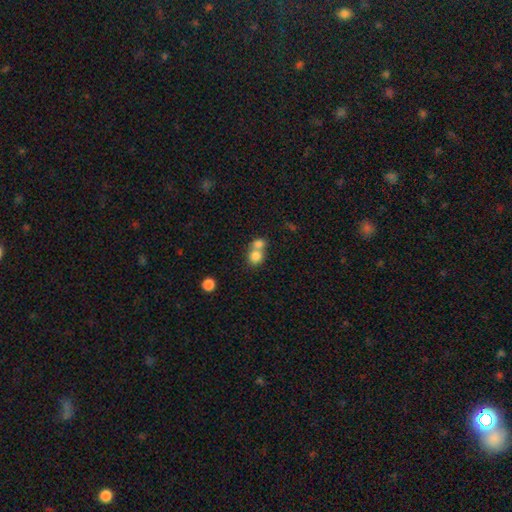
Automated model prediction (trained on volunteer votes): Q: Smooth or featured?
A: smooth (79%); runner-up: featured or disk (11%)
Q: How rounded?
A: round (76%); runner-up: in between (23%)
Q: Merging?
A: merger (61%); runner-up: none (31%)